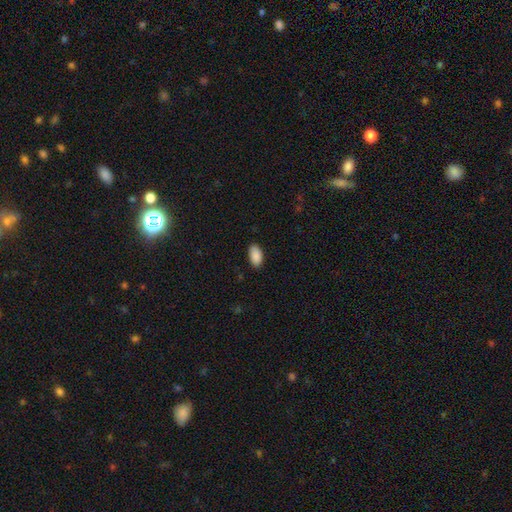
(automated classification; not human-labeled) This is clearly a smooth galaxy (90%). How rounded: clearly in between (95%). Merging: clearly none (86%).